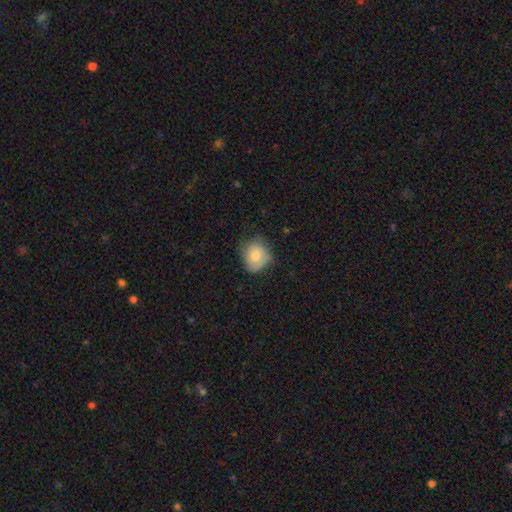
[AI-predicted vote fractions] A smooth galaxy with no disk features (78%) that is round (71%).

Vote fractions:
- Smooth or featured? smooth: 78% / featured or disk: 14% / star or artifact: 8%
- How rounded? round: 71% / in between: 28% / cigar-shaped: 1%
- Merging? none: 59% / minor disturbance: 31% / major disturbance: 8% / merger: 1%